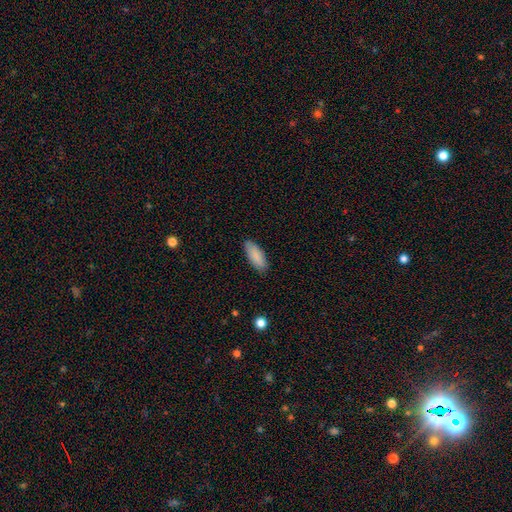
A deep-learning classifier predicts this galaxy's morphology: Smooth or featured?
  - smooth: 88% *
  - star or artifact: 6%
  - featured or disk: 6%
How rounded?
  - in between: 78% *
  - cigar-shaped: 20%
  - round: 2%
Merging?
  - none: 86% *
  - minor disturbance: 11%
  - major disturbance: 2%
  - merger: 1%